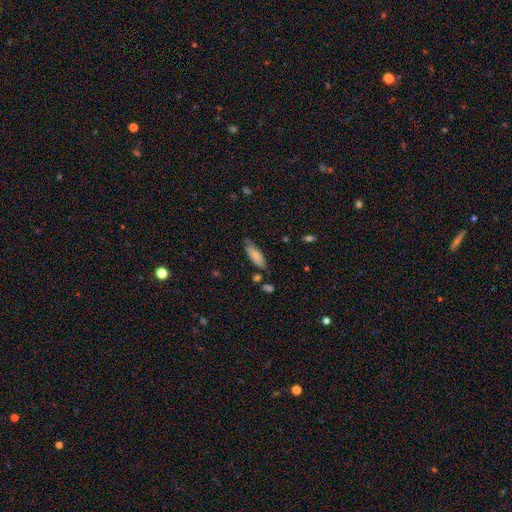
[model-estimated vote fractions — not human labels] Overall: smooth (78%). How rounded: in between (64%; cigar-shaped 34%). Merging: none (65%).